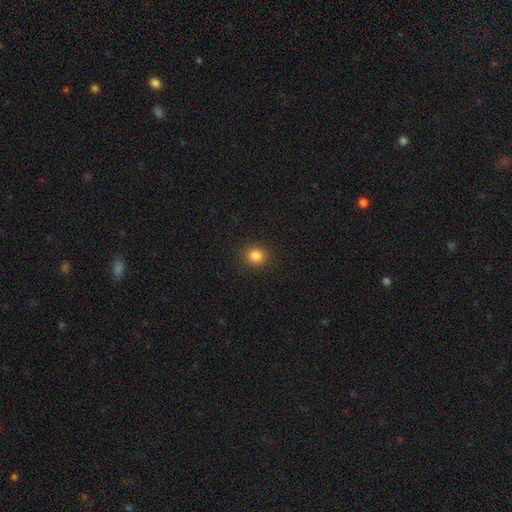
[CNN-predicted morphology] Overall: smooth (83%). How rounded: round (88%). Merging: none (91%).